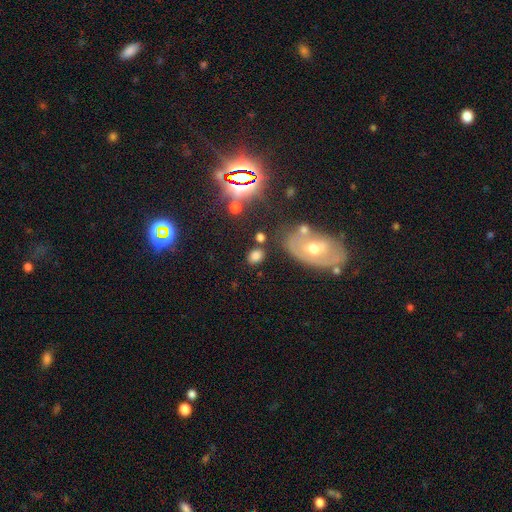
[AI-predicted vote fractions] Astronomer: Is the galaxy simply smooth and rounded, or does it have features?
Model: smooth — 74%.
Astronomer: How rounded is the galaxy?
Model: in between — 70%.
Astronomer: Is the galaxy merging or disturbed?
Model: none — 71%.